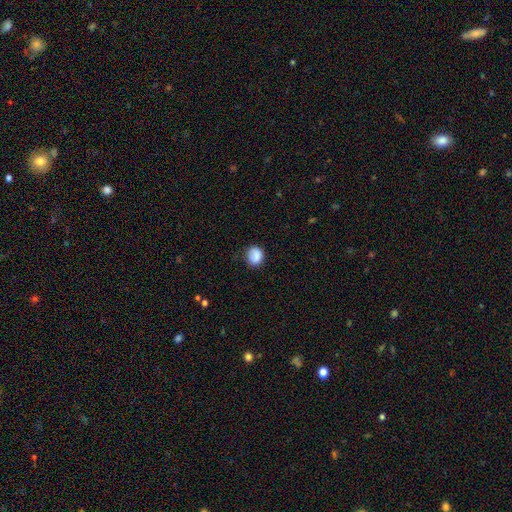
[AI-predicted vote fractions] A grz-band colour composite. It shows a smooth galaxy with no disk features (85%) that is round (67%). Merging: none (77%).